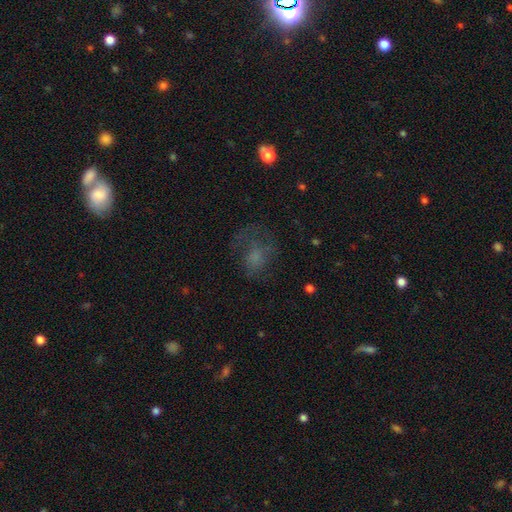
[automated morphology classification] This is possibly a smooth galaxy (50%). Merging: marginally none (42%).